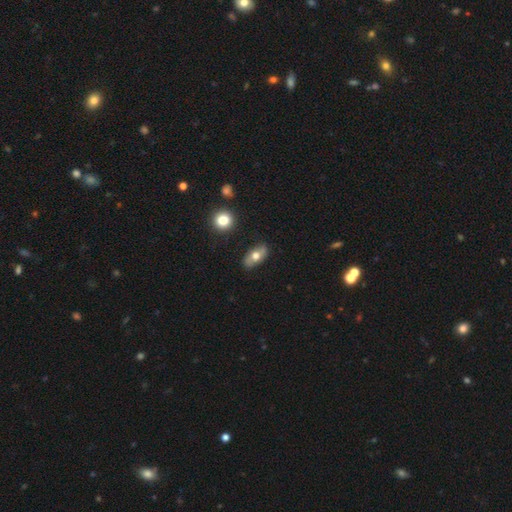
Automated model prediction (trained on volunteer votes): Morphology: type=smooth (66%); roundness=in between (87%); merging=none (84%).